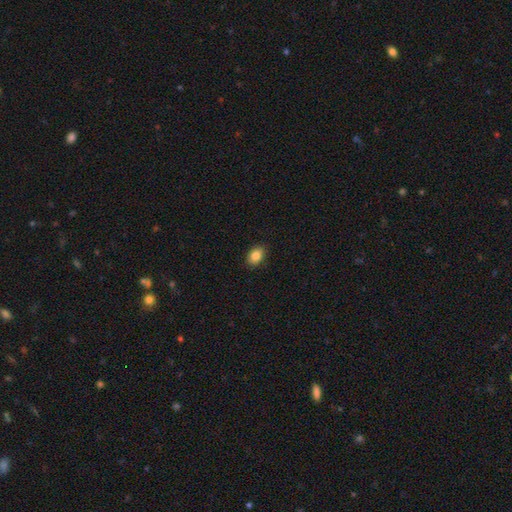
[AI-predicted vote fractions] Smooth or featured? Predicted: smooth (p=0.86). How rounded? Predicted: in between (p=0.77). Merging? Predicted: none (p=0.89).